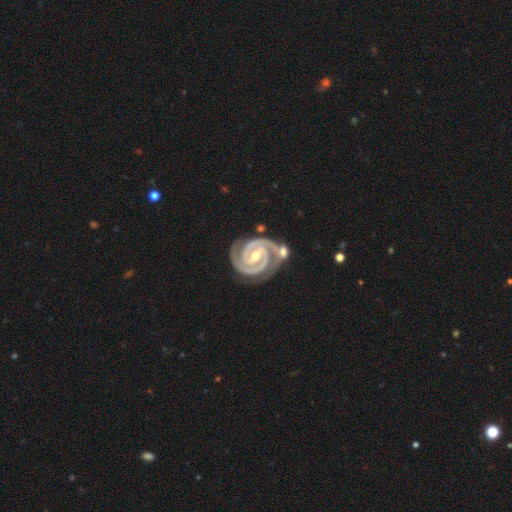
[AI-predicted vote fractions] Q: Smooth or featured?
A: featured or disk (94%); runner-up: star or artifact (3%)
Q: Edge-on disk?
A: no (98%); runner-up: yes (2%)
Q: Bar?
A: strong (38%); runner-up: weak (37%)
Q: Spiral arms?
A: yes (99%); runner-up: no (1%)
Q: Spiral winding?
A: tight (82%); runner-up: medium (17%)
Q: Spiral arm count?
A: 2 (89%); runner-up: 3 (6%)
Q: Bulge size?
A: moderate (56%); runner-up: small (41%)
Q: Merging?
A: none (68%); runner-up: minor disturbance (14%)